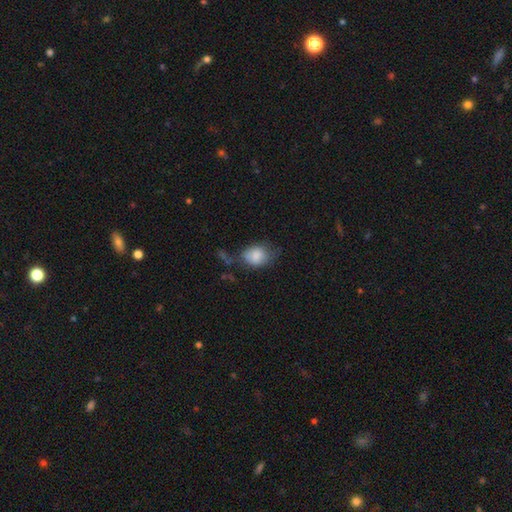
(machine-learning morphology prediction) A smooth galaxy with no disk features (80%) that is in between round and cigar-shaped (63%).

Vote fractions:
- Smooth or featured? smooth: 80% / featured or disk: 13% / star or artifact: 8%
- How rounded? in between: 63% / round: 36% / cigar-shaped: 1%
- Merging? none: 43% / minor disturbance: 33% / major disturbance: 18% / merger: 6%